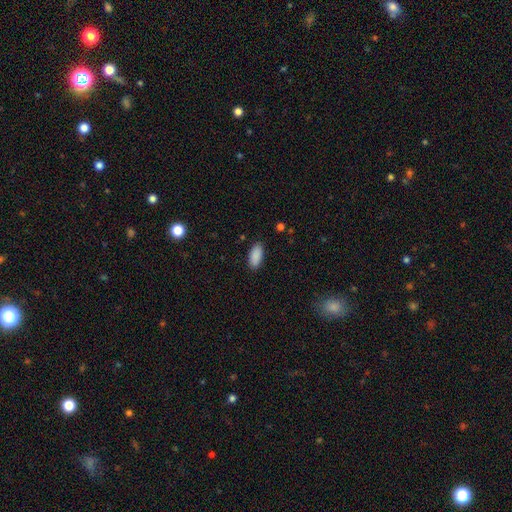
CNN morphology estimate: Smooth or featured?
  - smooth: 90% *
  - star or artifact: 7%
  - featured or disk: 3%
How rounded?
  - in between: 92% *
  - cigar-shaped: 6%
  - round: 2%
Merging?
  - none: 88% *
  - minor disturbance: 9%
  - major disturbance: 2%
  - merger: 1%